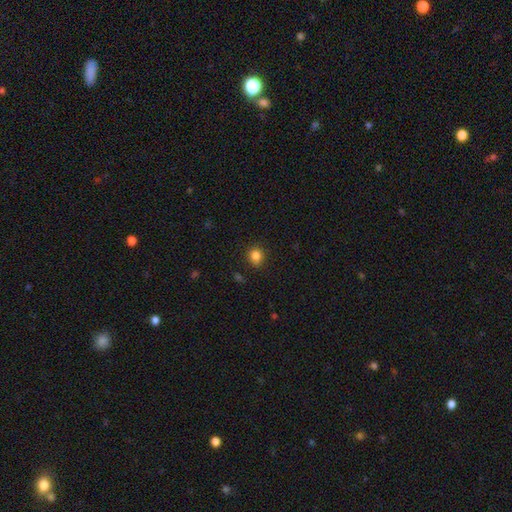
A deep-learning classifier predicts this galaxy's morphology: A smooth galaxy with no disk features (84%) that is round (77%).

Vote fractions:
- Smooth or featured? smooth: 84% / star or artifact: 12% / featured or disk: 4%
- How rounded? round: 77% / in between: 22% / cigar-shaped: 1%
- Merging? none: 83% / minor disturbance: 12% / major disturbance: 3% / merger: 2%